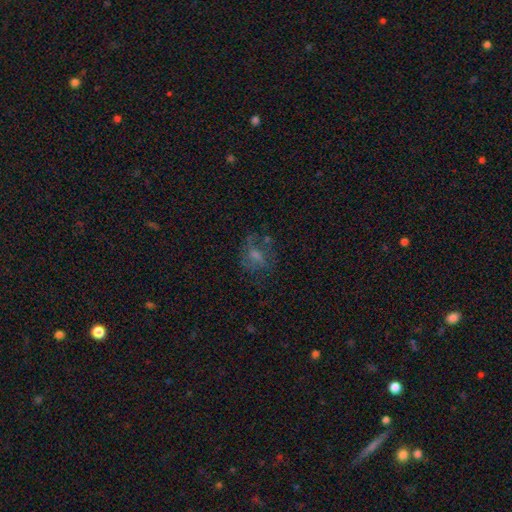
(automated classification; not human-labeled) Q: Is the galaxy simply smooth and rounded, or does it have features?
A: smooth — 42%.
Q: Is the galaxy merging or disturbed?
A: none — 54%.